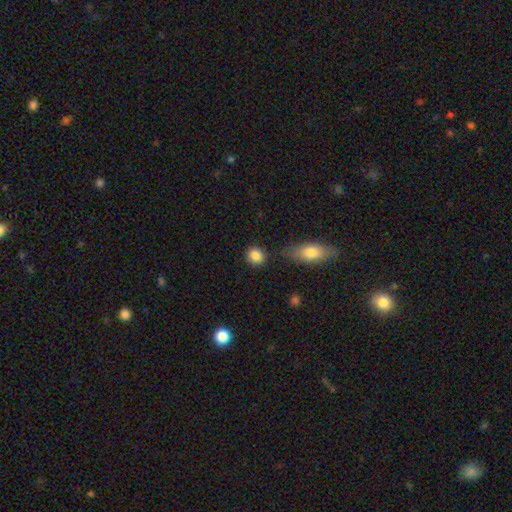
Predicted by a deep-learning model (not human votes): Smooth or featured?
  - smooth: 87% *
  - star or artifact: 8%
  - featured or disk: 5%
How rounded?
  - round: 80% *
  - in between: 18%
  - cigar-shaped: 2%
Merging?
  - none: 82% *
  - minor disturbance: 10%
  - merger: 5%
  - major disturbance: 3%